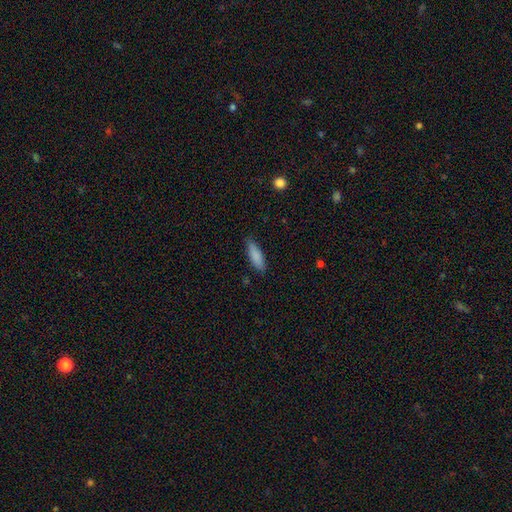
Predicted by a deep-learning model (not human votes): Smooth or featured?
  - smooth: 87% *
  - featured or disk: 7%
  - star or artifact: 6%
How rounded?
  - cigar-shaped: 51% *
  - in between: 47%
  - round: 2%
Merging?
  - none: 84% *
  - minor disturbance: 12%
  - major disturbance: 2%
  - merger: 1%